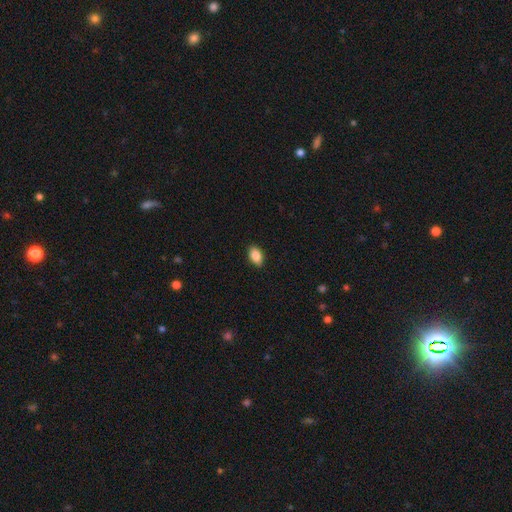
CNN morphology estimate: A smooth galaxy with no disk features (87%) that is in between round and cigar-shaped (91%).

Vote fractions:
- Smooth or featured? smooth: 87% / star or artifact: 7% / featured or disk: 5%
- How rounded? in between: 91% / round: 7% / cigar-shaped: 2%
- Merging? none: 88% / minor disturbance: 9% / major disturbance: 2% / merger: 1%